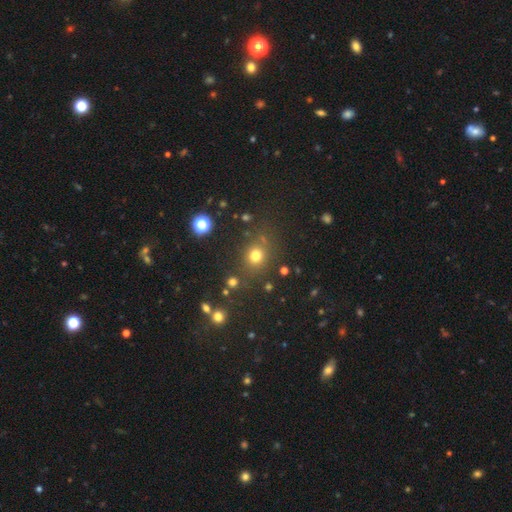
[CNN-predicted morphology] smooth 73%, star or artifact 20%, featured or disk 6%. Down the decision tree: how rounded — round (82%); merging — none (78%).